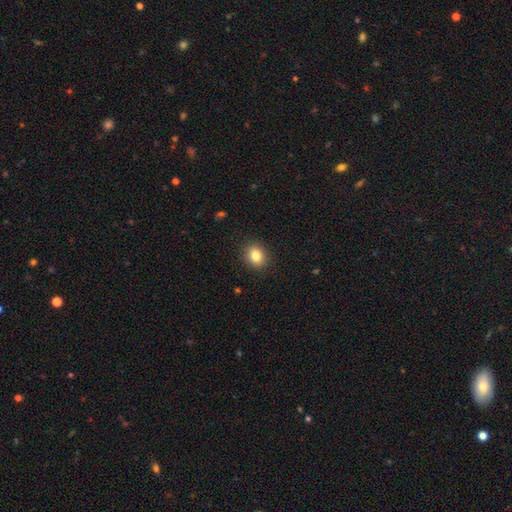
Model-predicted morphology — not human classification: Smooth or featured?
  - smooth: 84% *
  - star or artifact: 10%
  - featured or disk: 6%
How rounded?
  - round: 62% *
  - in between: 37%
  - cigar-shaped: 1%
Merging?
  - none: 90% *
  - minor disturbance: 7%
  - major disturbance: 2%
  - merger: 1%